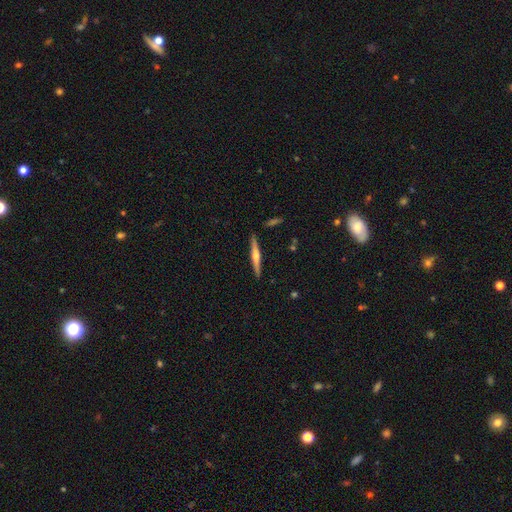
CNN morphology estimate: smooth-or-featured: featured or disk: 64% | smooth: 30% | star or artifact: 6%
  disk-edge-on: yes: 97% | no: 3%
    edge-on-bulge: rounded: 86% | none: 9% | boxy: 6%
  merging: none: 90% | minor disturbance: 7% | merger: 1% | major disturbance: 1%